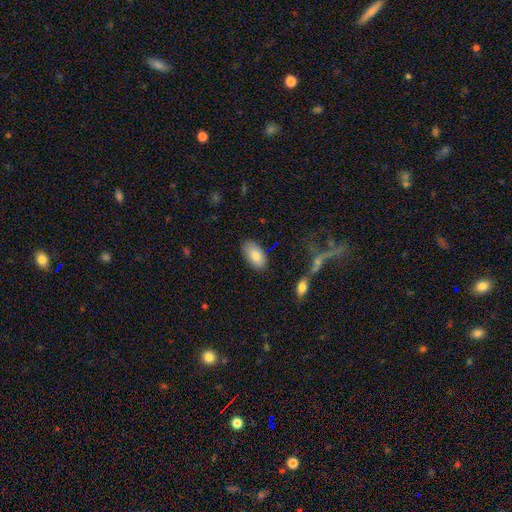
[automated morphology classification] type=smooth (82%); roundness=in between (94%); merging=none (83%).